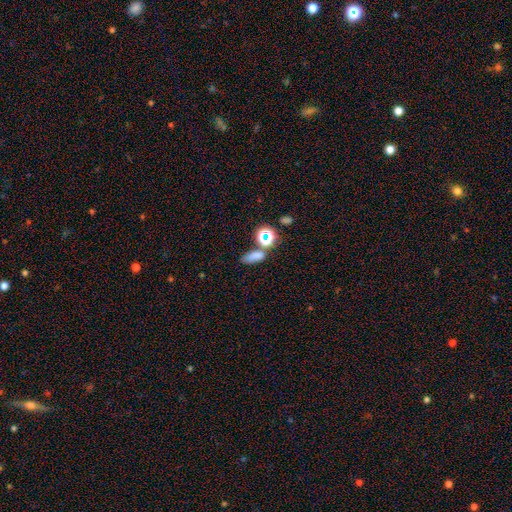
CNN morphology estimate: This appears to be a smooth galaxy with no disk features (64%) that is in between round and cigar-shaped (69%). Merging: none (56%).